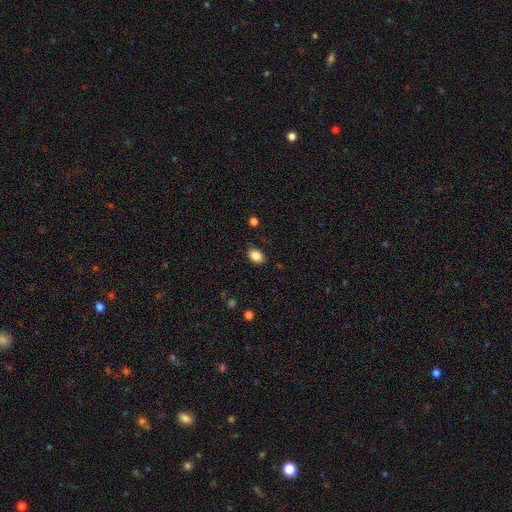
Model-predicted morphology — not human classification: This appears to be a smooth galaxy with no disk features (87%) that is in between round and cigar-shaped (74%). Merging: none (84%).